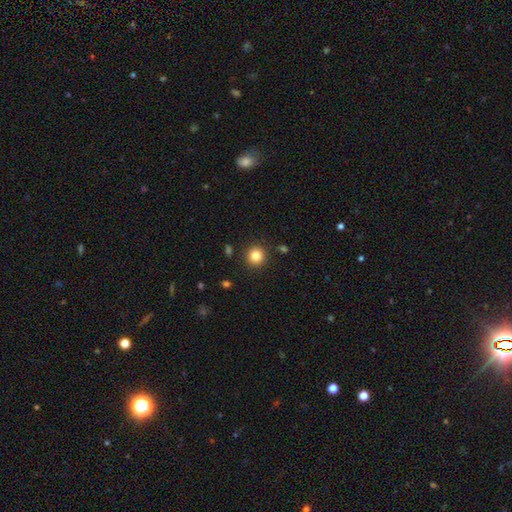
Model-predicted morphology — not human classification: Smooth or featured?
  - smooth: 84% *
  - star or artifact: 11%
  - featured or disk: 5%
How rounded?
  - round: 92% *
  - in between: 7%
  - cigar-shaped: 1%
Merging?
  - none: 90% *
  - minor disturbance: 6%
  - major disturbance: 2%
  - merger: 2%